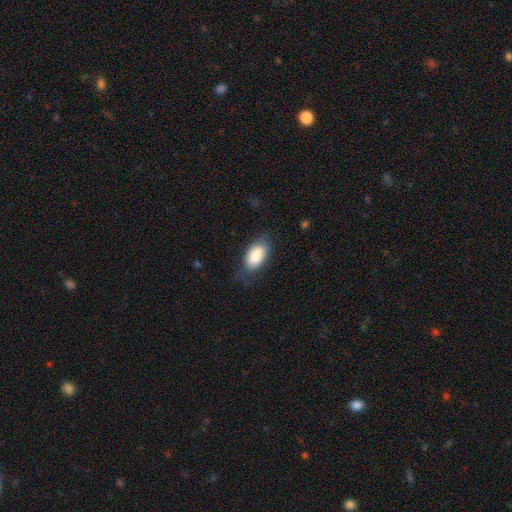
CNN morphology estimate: A smooth galaxy with no disk features (85%) that is in between round and cigar-shaped (93%).

Vote fractions:
- Smooth or featured? smooth: 85% / featured or disk: 9% / star or artifact: 6%
- How rounded? in between: 93% / cigar-shaped: 4% / round: 3%
- Merging? none: 70% / minor disturbance: 22% / major disturbance: 7% / merger: 1%